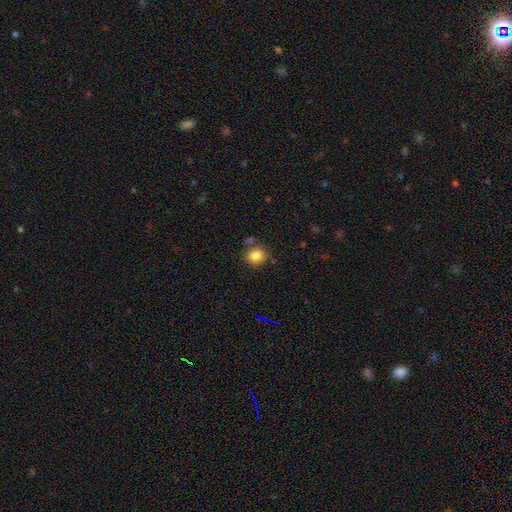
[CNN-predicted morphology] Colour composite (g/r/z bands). It shows a smooth galaxy with no disk features (83%) that is round (77%). Merging: none (77%).